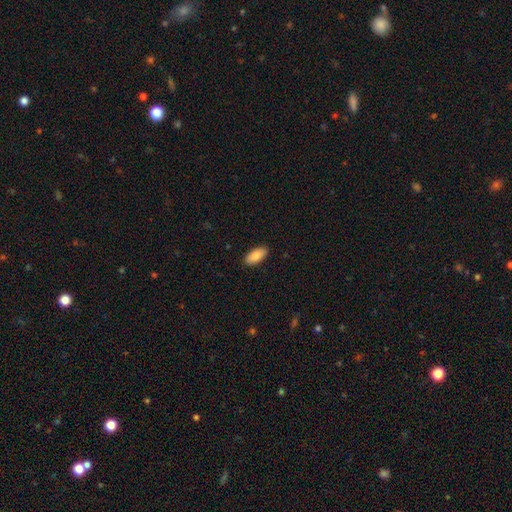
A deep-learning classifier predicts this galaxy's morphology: The model was most divided on "how rounded": in between: 89%, cigar-shaped: 9%, round: 2%. More confident: merging — none (89%); smooth or featured — smooth (88%).